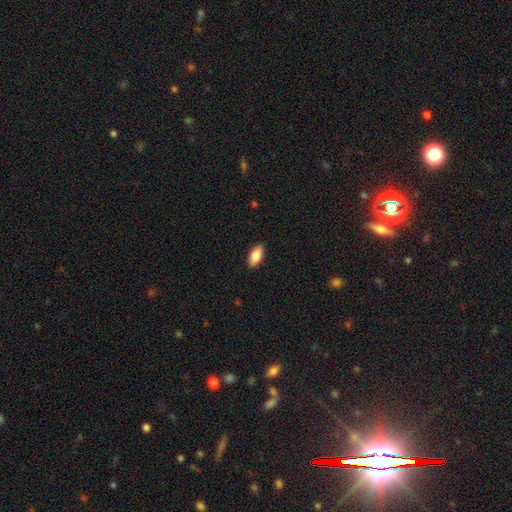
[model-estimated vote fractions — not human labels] This is clearly a smooth galaxy (82%). How rounded: clearly in between (89%). Merging: clearly none (89%).